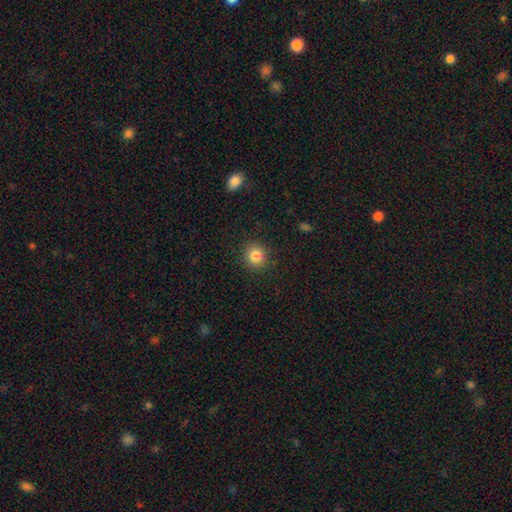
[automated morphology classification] smooth-or-featured: smooth: 84% | star or artifact: 11% | featured or disk: 5%
  how-rounded: round: 88% | in between: 11% | cigar-shaped: 1%
  merging: none: 85% | minor disturbance: 10% | major disturbance: 3% | merger: 2%